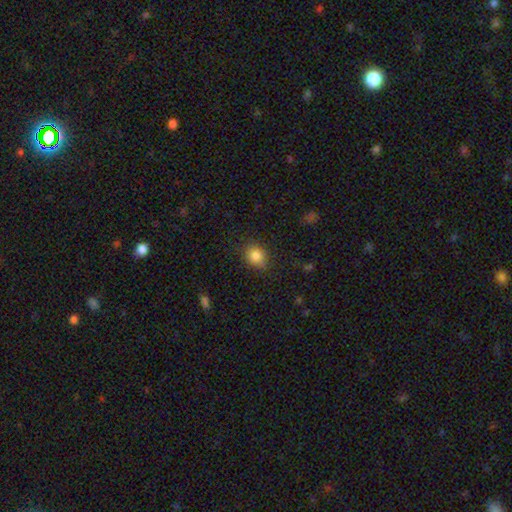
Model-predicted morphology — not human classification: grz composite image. It shows a smooth galaxy with no disk features (85%) that is round (61%). Merging: none (80%).